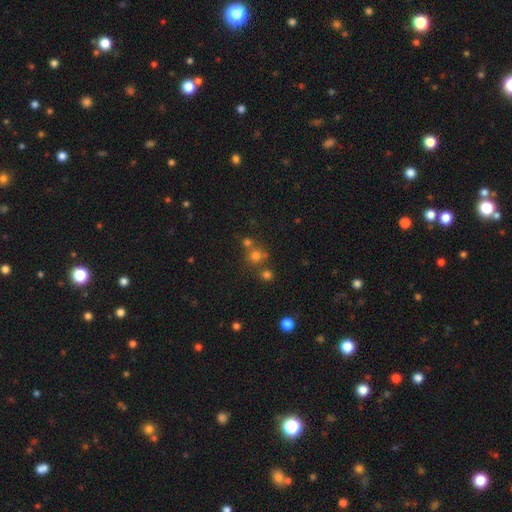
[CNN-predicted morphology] This is likely a smooth galaxy (66%). How rounded: clearly round (88%). Merging: possibly none (60%).